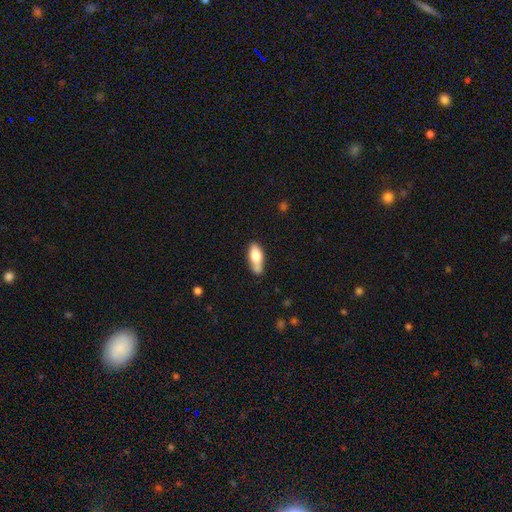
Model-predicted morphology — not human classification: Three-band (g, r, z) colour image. It shows a smooth galaxy with no disk features (71%) that is in between round and cigar-shaped (76%). Merging: none (55%).